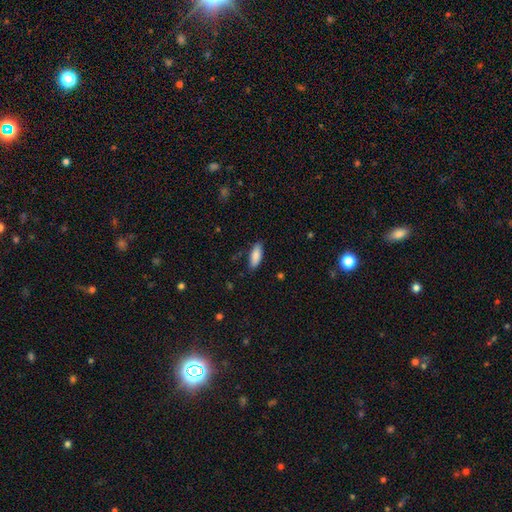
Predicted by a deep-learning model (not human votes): Morphology: type=smooth (87%); roundness=in between (71%); merging=none (83%).